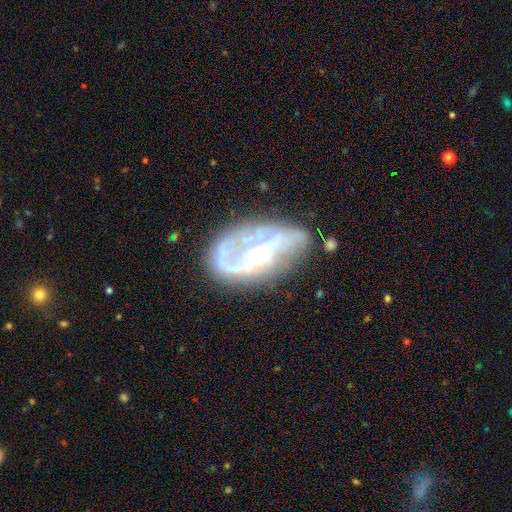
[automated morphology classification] smooth_or_featured: featured or disk (p=0.78) [alt: smooth p=0.14]
disk_edge_on: no (p=0.96) [alt: yes p=0.04]
bar: no (p=0.64) [alt: weak p=0.26]
has_spiral_arms: yes (p=0.65) [alt: no p=0.35]
bulge_size: moderate (p=0.53) [alt: small p=0.35]
merging: none (p=0.45) [alt: major disturbance p=0.26]